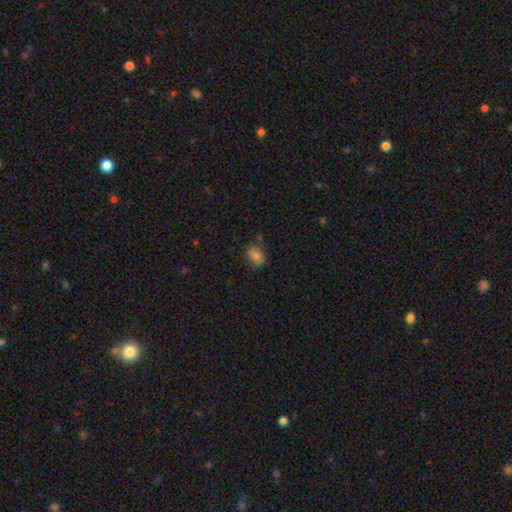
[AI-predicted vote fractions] Smooth or featured? Predicted: smooth (p=0.81). How rounded? Predicted: in between (p=0.83). Merging? Predicted: none (p=0.75).